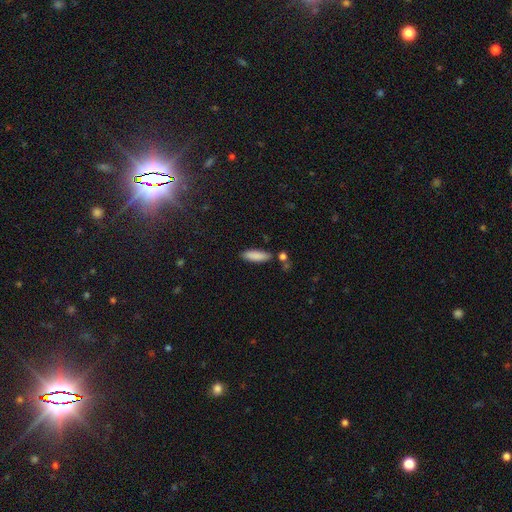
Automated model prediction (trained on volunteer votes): A smooth galaxy with no disk features (87%) that is in between round and cigar-shaped (55%).

Vote fractions:
- Smooth or featured? smooth: 87% / featured or disk: 7% / star or artifact: 6%
- How rounded? in between: 55% / cigar-shaped: 43% / round: 2%
- Merging? none: 80% / minor disturbance: 11% / merger: 6% / major disturbance: 3%